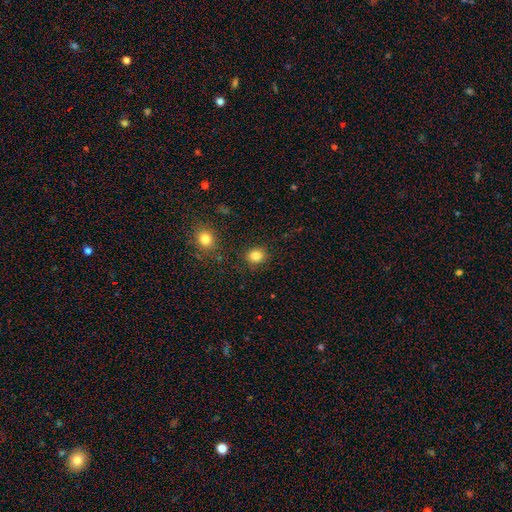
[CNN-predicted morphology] A smooth galaxy with no disk features (83%) that is round (78%).

Vote fractions:
- Smooth or featured? smooth: 83% / star or artifact: 12% / featured or disk: 6%
- How rounded? round: 78% / in between: 21% / cigar-shaped: 1%
- Merging? none: 86% / minor disturbance: 8% / major disturbance: 3% / merger: 3%